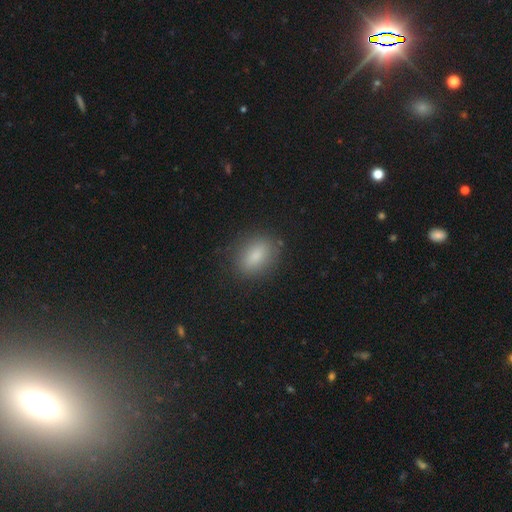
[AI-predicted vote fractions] Smooth or featured: smooth — 81% (featured or disk — 10%)
How rounded: in between — 76% (round — 17%)
Merging: none — 84% (minor disturbance — 11%)